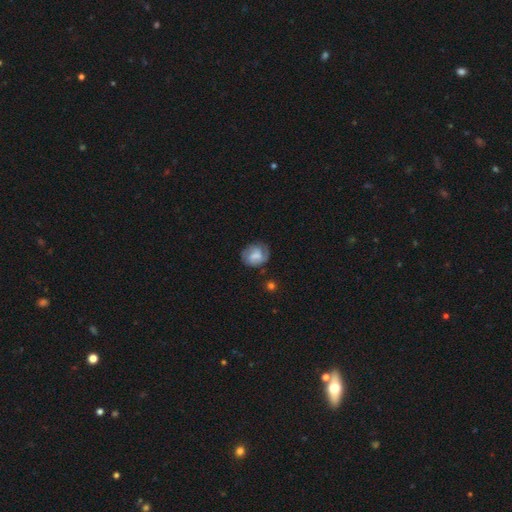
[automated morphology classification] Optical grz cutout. It shows a featured or disk galaxy (50%). Merging: none (68%).